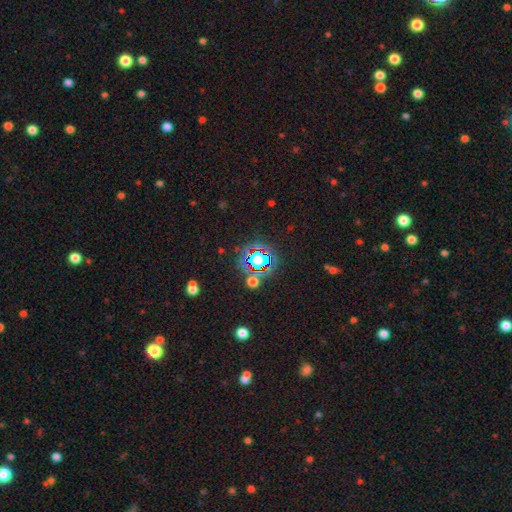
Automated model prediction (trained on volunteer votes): smooth-or-featured: star or artifact: 76% | smooth: 15% | featured or disk: 9%